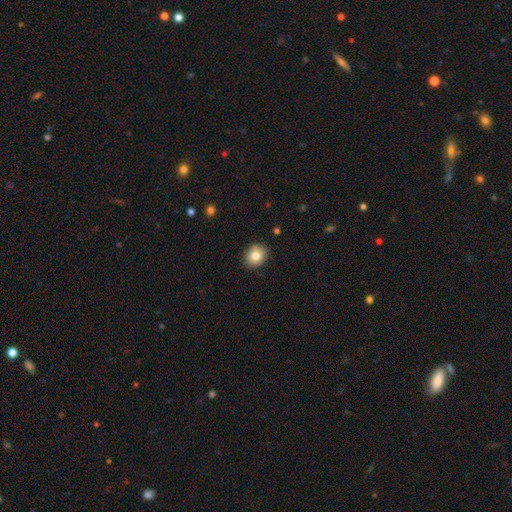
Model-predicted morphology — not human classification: The model was most divided on "how rounded": round: 58%, in between: 41%, cigar-shaped: 1%. More confident: merging — none (89%); smooth or featured — smooth (83%).